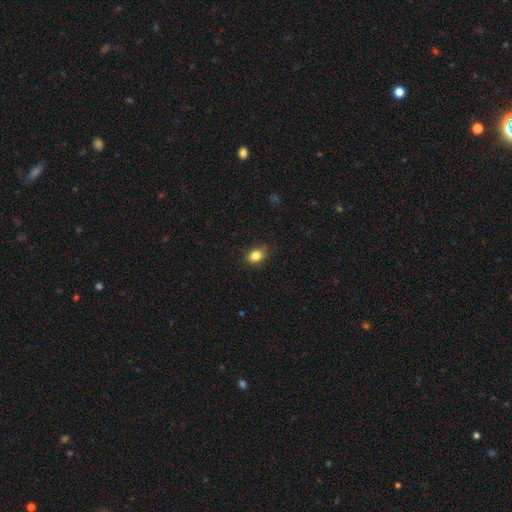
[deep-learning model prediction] This is clearly a smooth galaxy (83%). How rounded: possibly in between (56%). Merging: likely none (73%).